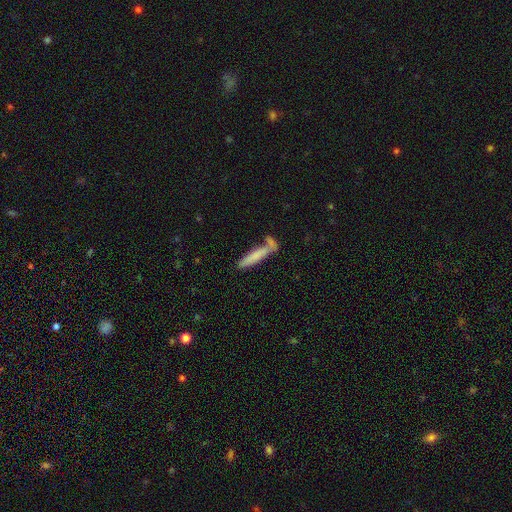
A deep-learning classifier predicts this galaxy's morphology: smooth 73%, featured or disk 20%, star or artifact 7%. Down the decision tree: how rounded — cigar-shaped (89%); merging — none (60%).